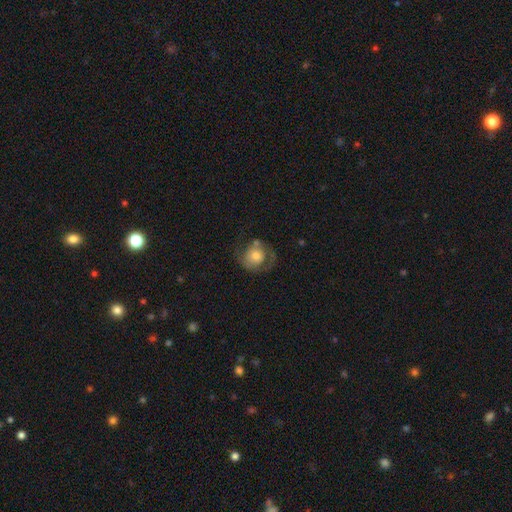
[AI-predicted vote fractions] A smooth galaxy with no disk features (51%) that is round (78%).

Vote fractions:
- Smooth or featured? smooth: 51% / featured or disk: 42% / star or artifact: 8%
- How rounded? round: 78% / in between: 21% / cigar-shaped: 1%
- Merging? none: 50% / minor disturbance: 23% / major disturbance: 21% / merger: 6%